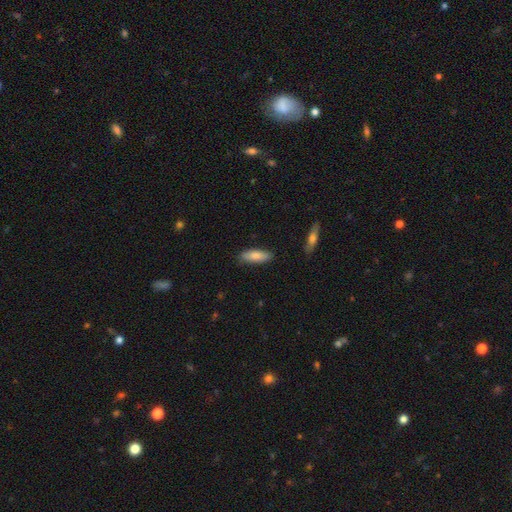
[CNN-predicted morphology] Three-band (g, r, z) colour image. It shows a smooth galaxy with no disk features (80%) that is in between round and cigar-shaped (61%). Merging: none (85%).